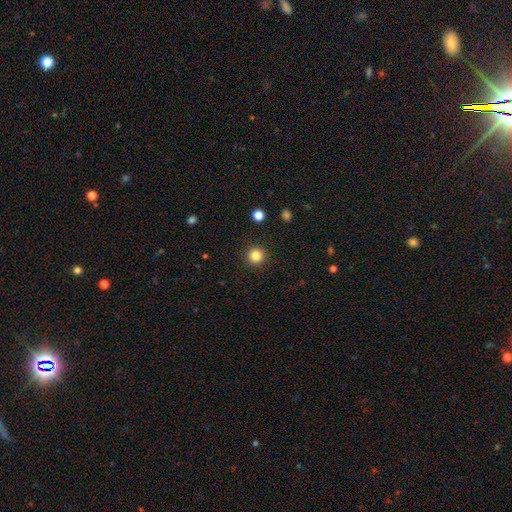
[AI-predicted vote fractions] Morphology: type=smooth (83%); roundness=round (95%); merging=none (92%).